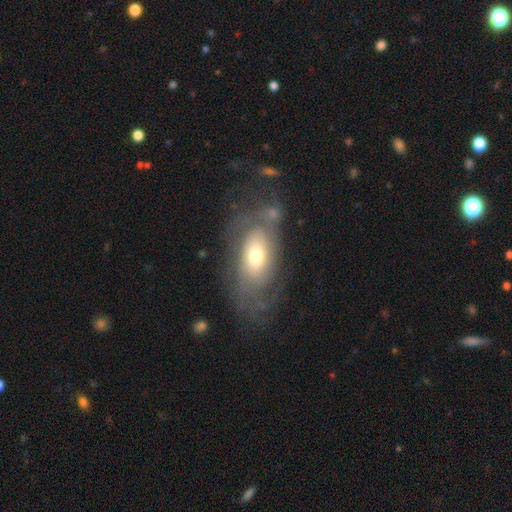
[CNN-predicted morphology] featured or disk 61%, smooth 32%, star or artifact 7%. Down the decision tree: edge-on disk — no (91%); bar — no (77%); spiral arms — yes (67%); bulge size — moderate (62%); merging — none (58%).